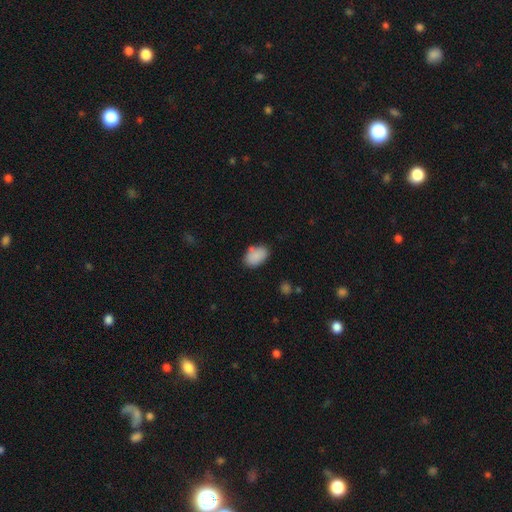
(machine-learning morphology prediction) type=smooth (88%); roundness=in between (89%); merging=none (77%).